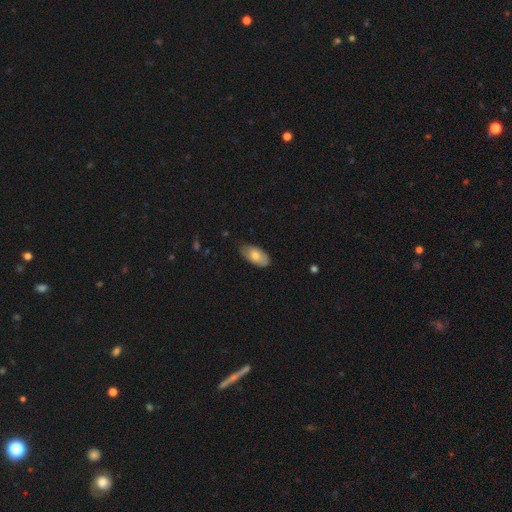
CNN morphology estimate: Smooth or featured: smooth — 73% (featured or disk — 21%)
How rounded: in between — 93% (cigar-shaped — 4%)
Merging: none — 75% (minor disturbance — 21%)